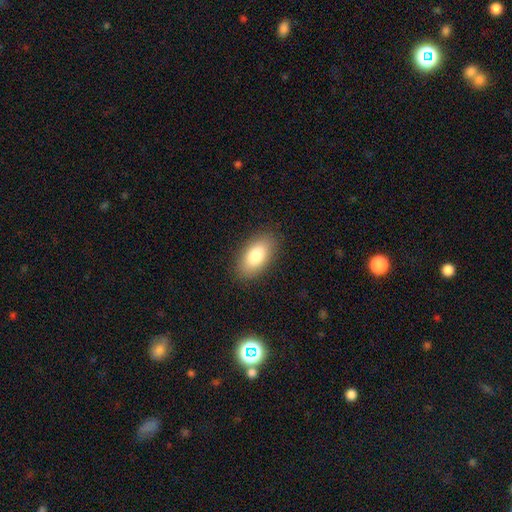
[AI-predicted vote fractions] A smooth galaxy with no disk features (81%) that is in between round and cigar-shaped (93%).

Vote fractions:
- Smooth or featured? smooth: 81% / featured or disk: 12% / star or artifact: 7%
- How rounded? in between: 93% / round: 4% / cigar-shaped: 4%
- Merging? none: 87% / minor disturbance: 9% / major disturbance: 3% / merger: 1%